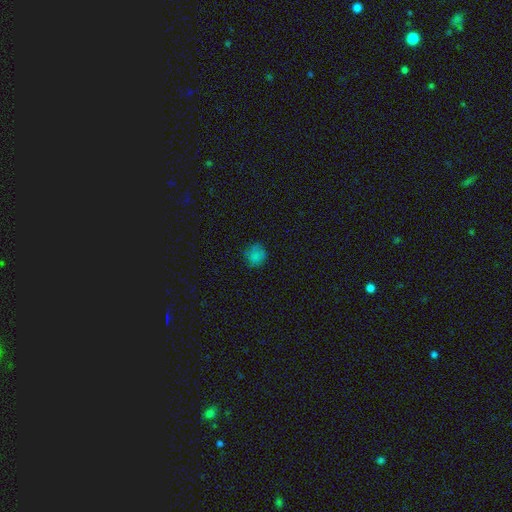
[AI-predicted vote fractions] Smooth or featured? Predicted: smooth (p=0.75). How rounded? Predicted: round (p=0.82). Merging? Predicted: none (p=0.74).